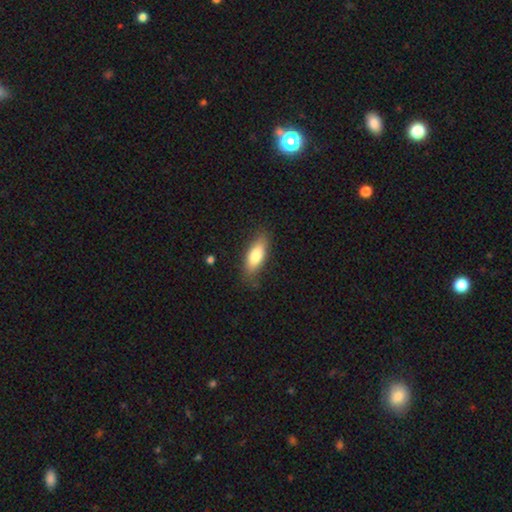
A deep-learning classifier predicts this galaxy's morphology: A smooth galaxy with no disk features (77%) that is in between round and cigar-shaped (69%).

Vote fractions:
- Smooth or featured? smooth: 77% / featured or disk: 17% / star or artifact: 6%
- How rounded? in between: 69% / cigar-shaped: 29% / round: 2%
- Merging? none: 81% / minor disturbance: 15% / major disturbance: 3% / merger: 1%